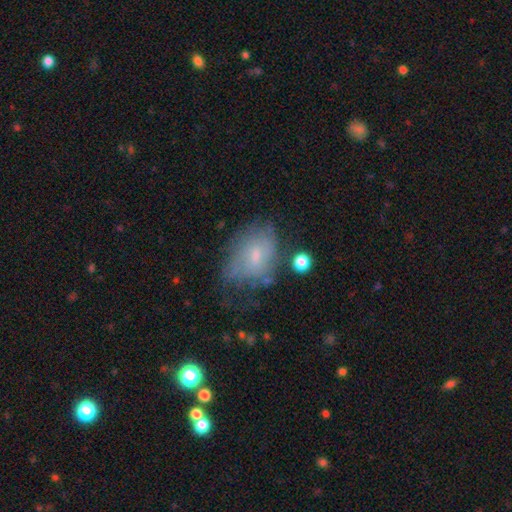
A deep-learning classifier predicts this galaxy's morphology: Smooth or featured? Predicted: smooth (p=0.49). Merging? Predicted: none (p=0.44).